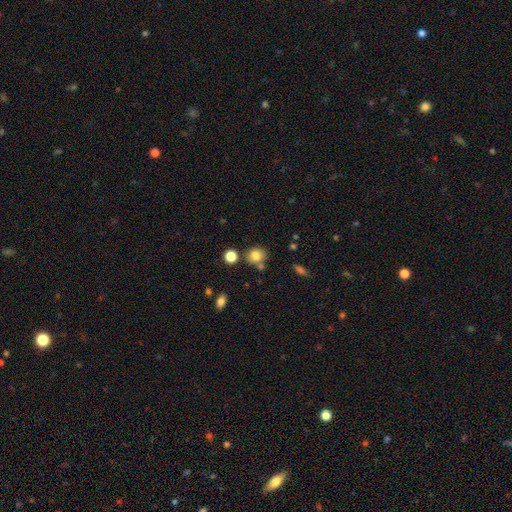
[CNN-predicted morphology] type=smooth (81%); roundness=round (77%); merging=none (69%).